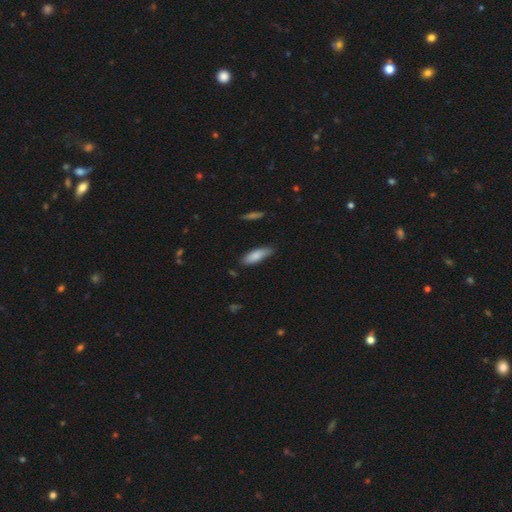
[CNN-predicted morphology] Smooth or featured?
  - smooth: 83% *
  - featured or disk: 11%
  - star or artifact: 6%
How rounded?
  - in between: 56% *
  - cigar-shaped: 42%
  - round: 2%
Merging?
  - none: 75% *
  - minor disturbance: 20%
  - major disturbance: 3%
  - merger: 2%